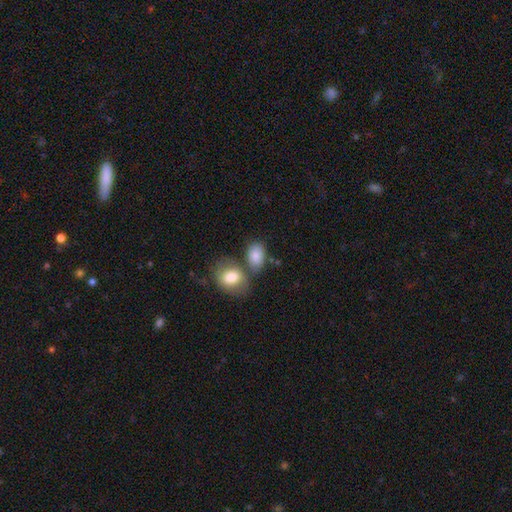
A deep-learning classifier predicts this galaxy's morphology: smooth_or_featured: smooth (p=0.84) [alt: featured or disk p=0.09]
how_rounded: in between (p=0.79) [alt: round p=0.19]
merging: none (p=0.48) [alt: merger p=0.33]